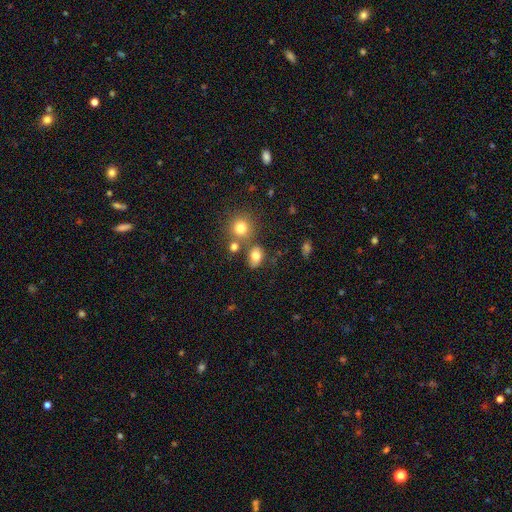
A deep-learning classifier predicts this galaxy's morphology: Overall: smooth (77%). How rounded: in between (70%). Merging: none (60%).